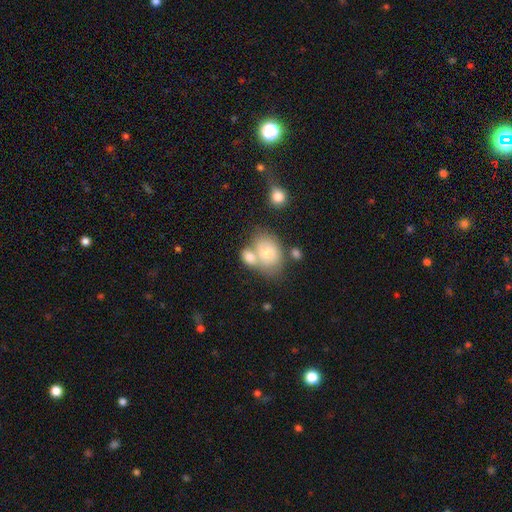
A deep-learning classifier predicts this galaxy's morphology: Q: Smooth or featured?
A: smooth (66%); runner-up: featured or disk (25%)
Q: How rounded?
A: in between (59%); runner-up: round (40%)
Q: Merging?
A: merger (46%); runner-up: none (36%)